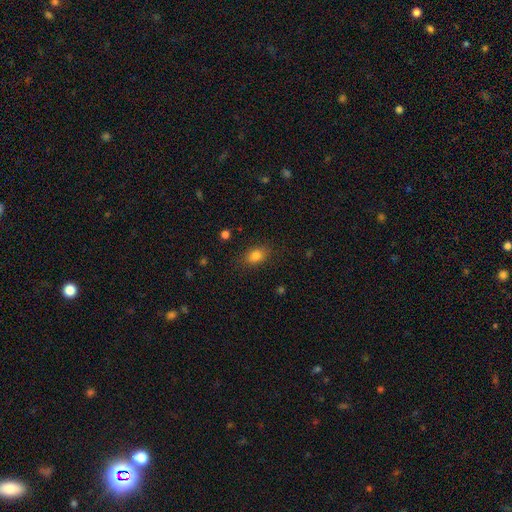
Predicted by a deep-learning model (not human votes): Smooth or featured?
  - smooth: 83% *
  - star or artifact: 11%
  - featured or disk: 6%
How rounded?
  - in between: 76% *
  - round: 22%
  - cigar-shaped: 2%
Merging?
  - none: 83% *
  - minor disturbance: 12%
  - major disturbance: 4%
  - merger: 1%